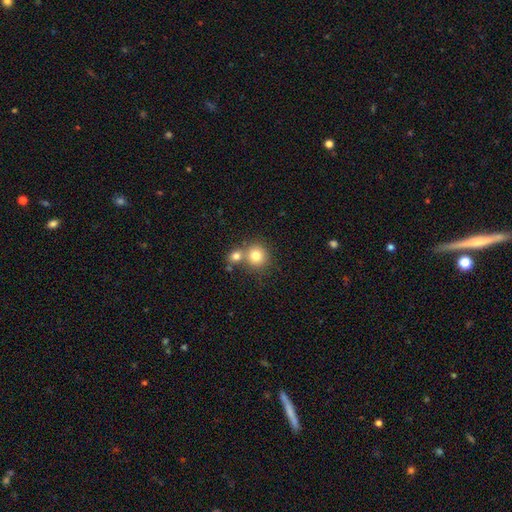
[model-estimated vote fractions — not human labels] Smooth or featured?
  - smooth: 79% *
  - star or artifact: 11%
  - featured or disk: 10%
How rounded?
  - round: 88% *
  - in between: 11%
  - cigar-shaped: 1%
Merging?
  - none: 52% *
  - merger: 38%
  - minor disturbance: 7%
  - major disturbance: 3%